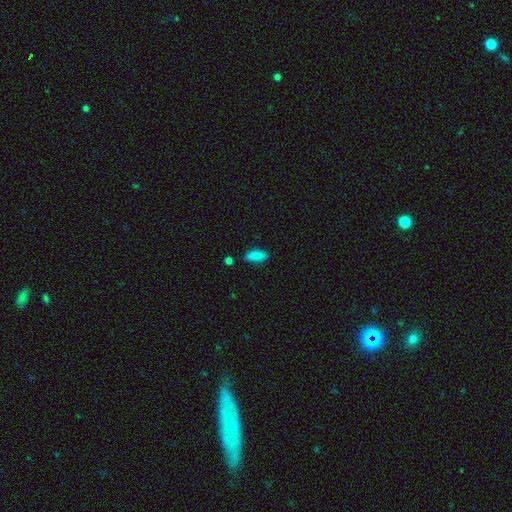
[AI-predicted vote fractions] This appears to be a smooth galaxy with no disk features (87%) that is in between round and cigar-shaped (74%). Merging: none (83%).